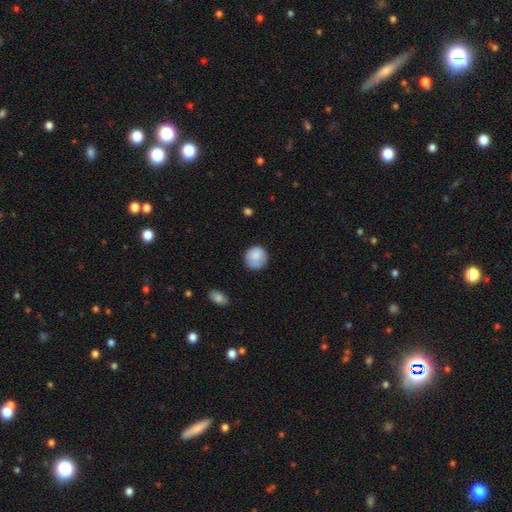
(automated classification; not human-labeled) Smooth or featured: smooth — 85% (featured or disk — 8%)
How rounded: round — 88% (in between — 11%)
Merging: none — 75% (minor disturbance — 19%)